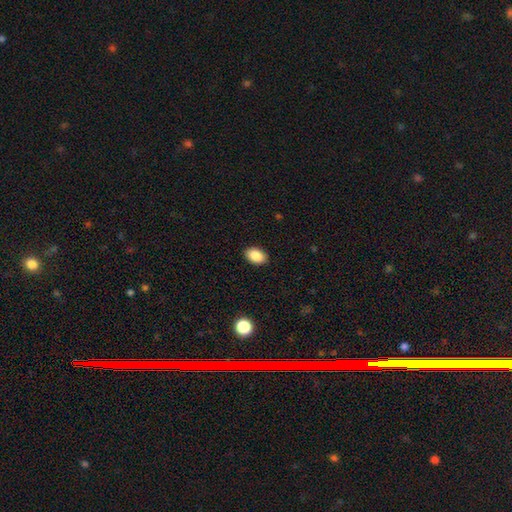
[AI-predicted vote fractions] Smooth or featured: smooth — 88% (star or artifact — 8%)
How rounded: in between — 88% (round — 11%)
Merging: none — 90% (minor disturbance — 7%)